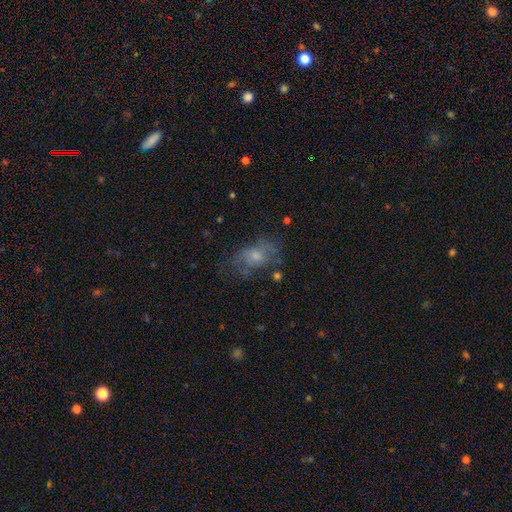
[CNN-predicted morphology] Smooth or featured? smooth (46%)
Merging? none (50%)